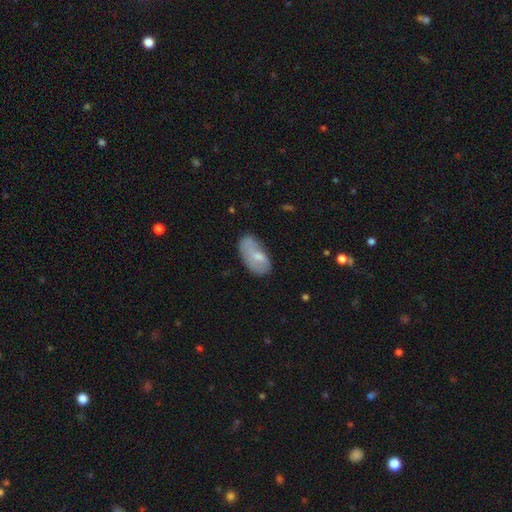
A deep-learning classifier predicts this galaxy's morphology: This appears to be a smooth galaxy with no disk features (64%) that is in between round and cigar-shaped (93%). Merging: none (51%).